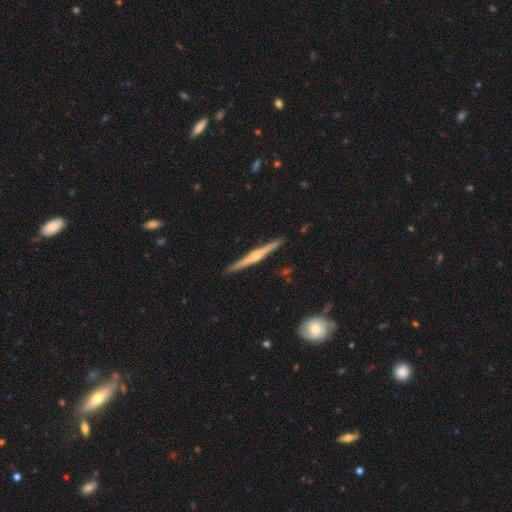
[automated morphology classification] Q: Smooth or featured?
A: featured or disk (76%); runner-up: smooth (19%)
Q: Edge-on disk?
A: yes (98%); runner-up: no (2%)
Q: Edge-on bulge?
A: rounded (78%); runner-up: boxy (11%)
Q: Merging?
A: none (91%); runner-up: minor disturbance (6%)